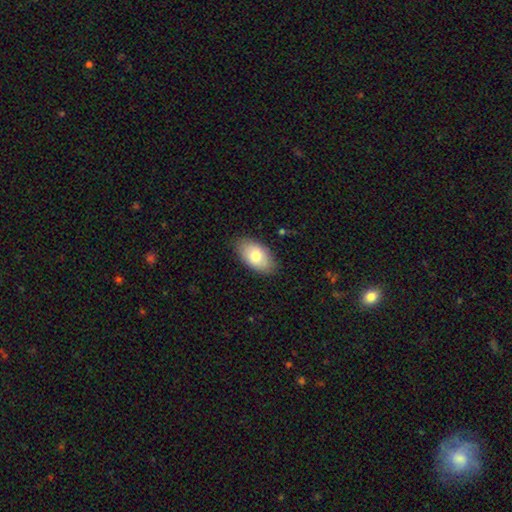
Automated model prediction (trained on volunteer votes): A smooth galaxy with no disk features (78%) that is in between round and cigar-shaped (93%).

Vote fractions:
- Smooth or featured? smooth: 78% / featured or disk: 16% / star or artifact: 6%
- How rounded? in between: 93% / round: 5% / cigar-shaped: 2%
- Merging? none: 84% / minor disturbance: 13% / major disturbance: 3% / merger: 1%